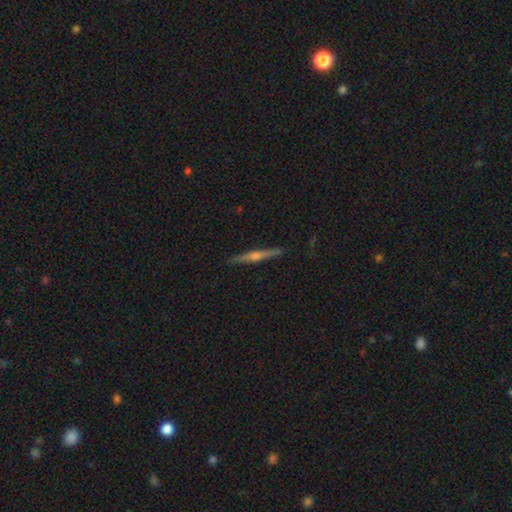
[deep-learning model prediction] Overall: featured or disk (79%). Edge-on disk: yes (98%). Edge-on bulge: rounded (86%). Merging: none (91%).